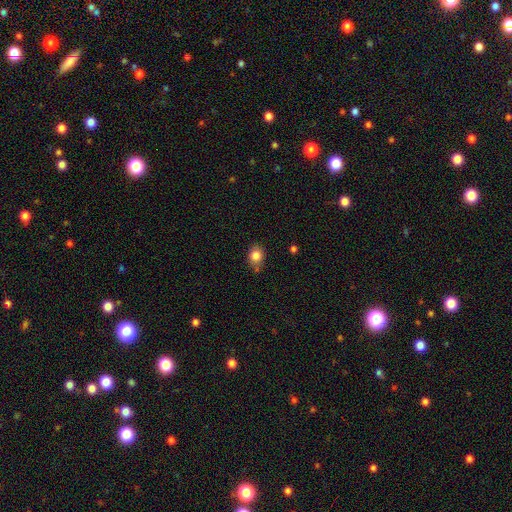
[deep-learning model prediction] A smooth galaxy with no disk features (83%) that is round (52%). Merging: none (71%).